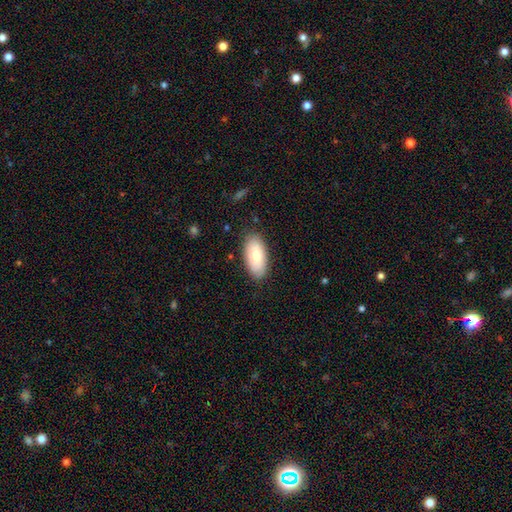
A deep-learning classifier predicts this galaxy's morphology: smooth 77%, featured or disk 17%, star or artifact 6%. Down the decision tree: how rounded — in between (93%); merging — none (85%).